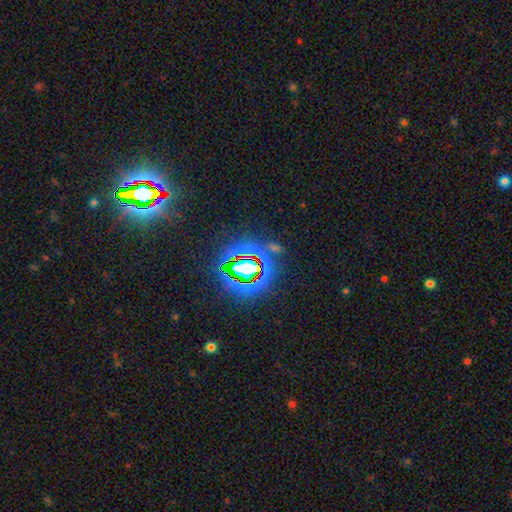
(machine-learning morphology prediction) star or artifact 84%, smooth 9%, featured or disk 7%.